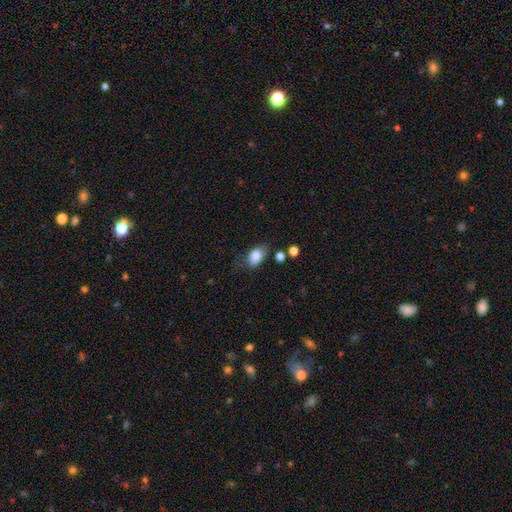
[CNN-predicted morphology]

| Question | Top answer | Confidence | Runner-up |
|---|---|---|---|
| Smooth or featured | smooth | 82% | featured or disk (10%) |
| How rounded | in between | 86% | round (12%) |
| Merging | none | 63% | minor disturbance (24%) |